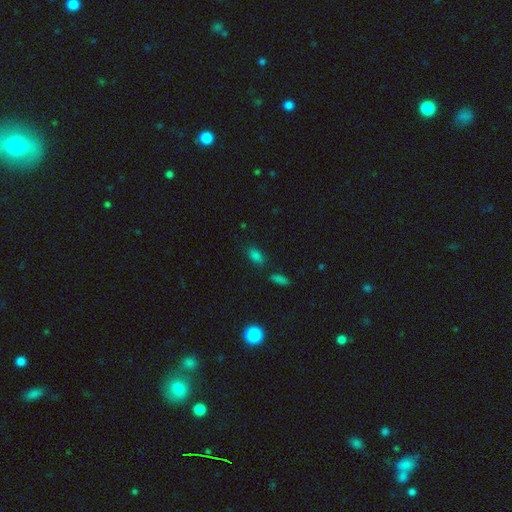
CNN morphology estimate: Smooth or featured?
  - smooth: 80% *
  - star or artifact: 15%
  - featured or disk: 5%
How rounded?
  - in between: 87% *
  - round: 9%
  - cigar-shaped: 5%
Merging?
  - none: 79% *
  - minor disturbance: 12%
  - merger: 6%
  - major disturbance: 4%